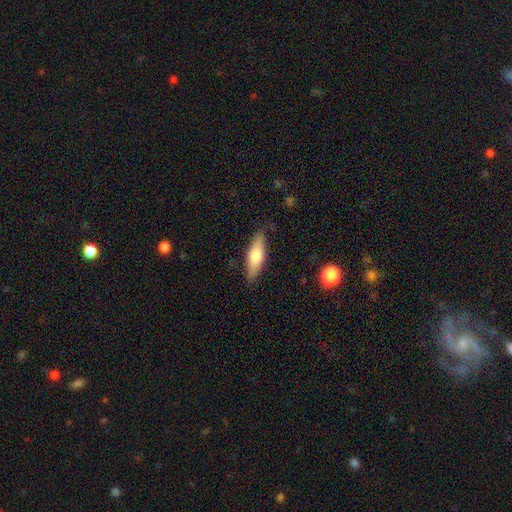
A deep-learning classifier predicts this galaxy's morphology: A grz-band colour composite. It shows a smooth galaxy with no disk features (66%) that is in between round and cigar-shaped (52%). Merging: none (84%).